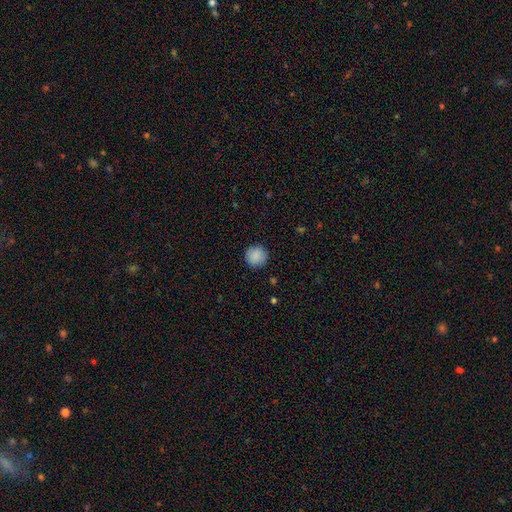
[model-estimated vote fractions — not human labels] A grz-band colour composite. It shows a smooth galaxy with no disk features (89%) that is round (94%). Merging: none (89%).